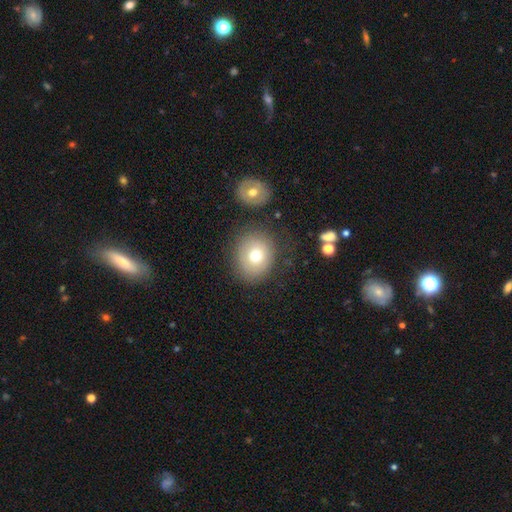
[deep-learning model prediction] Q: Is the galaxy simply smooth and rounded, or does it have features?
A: smooth — 71%.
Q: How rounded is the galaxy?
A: round — 68%.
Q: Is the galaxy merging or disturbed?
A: none — 75%.